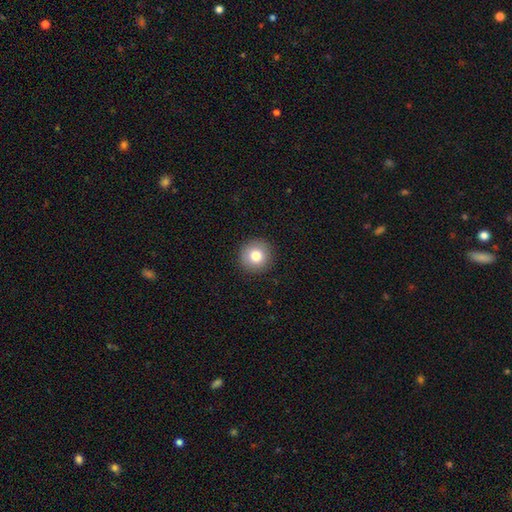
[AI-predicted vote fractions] smooth-or-featured: smooth: 81% | star or artifact: 10% | featured or disk: 9%
  how-rounded: round: 94% | in between: 5% | cigar-shaped: 1%
  merging: none: 92% | minor disturbance: 6% | major disturbance: 2% | merger: 1%